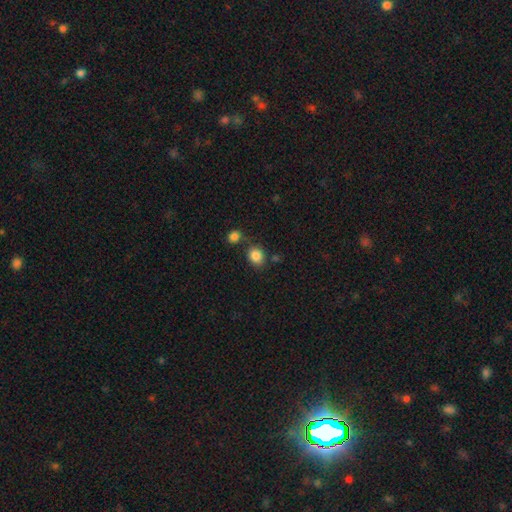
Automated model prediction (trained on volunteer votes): The model was most divided on "how rounded": round: 60%, in between: 39%, cigar-shaped: 1%. More confident: smooth or featured — smooth (86%); merging — none (72%).